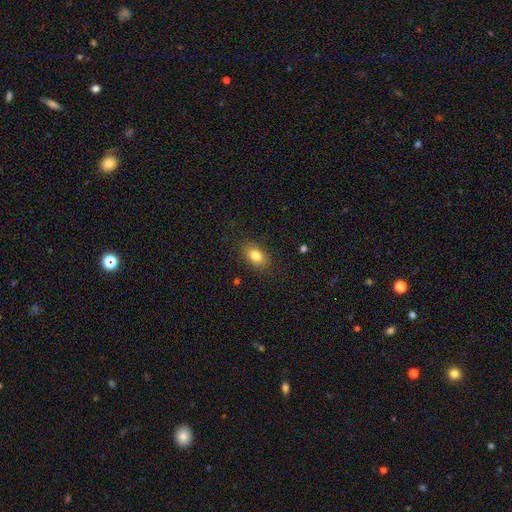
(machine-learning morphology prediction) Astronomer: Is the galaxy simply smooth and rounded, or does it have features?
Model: smooth — 82%.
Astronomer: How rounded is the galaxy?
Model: in between — 79%.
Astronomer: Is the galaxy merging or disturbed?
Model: none — 86%.